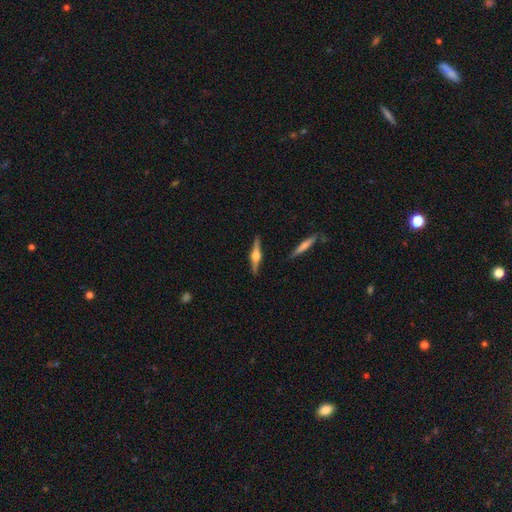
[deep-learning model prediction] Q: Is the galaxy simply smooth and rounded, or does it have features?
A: featured or disk — 77%.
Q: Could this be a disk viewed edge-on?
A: yes — 98%.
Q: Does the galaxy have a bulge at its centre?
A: rounded — 93%.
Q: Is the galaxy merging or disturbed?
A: none — 89%.